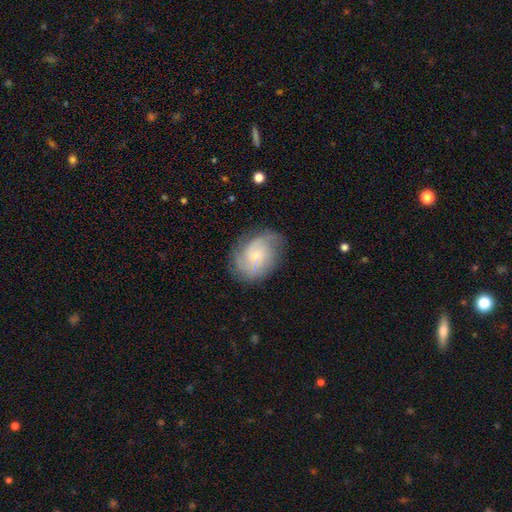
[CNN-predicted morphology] Smooth or featured? featured or disk (73%)
Edge-on disk? no (97%)
Bar? no (68%)
Spiral arms? yes (94%)
Spiral winding? medium (44%)
Spiral arm count? 2 (33%)
Bulge size? small (70%)
Merging? none (73%)